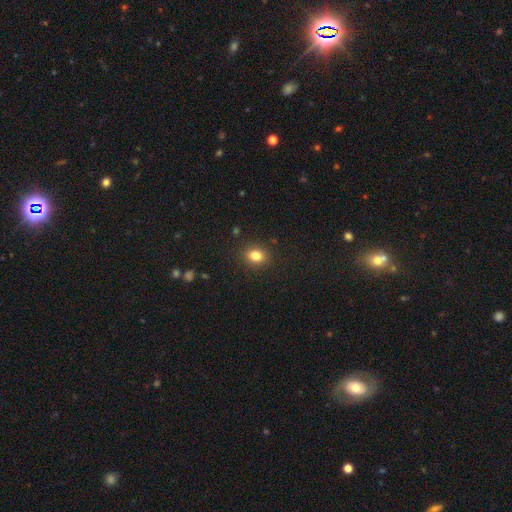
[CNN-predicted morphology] Smooth or featured? Predicted: smooth (p=0.82). How rounded? Predicted: round (p=0.55). Merging? Predicted: none (p=0.88).